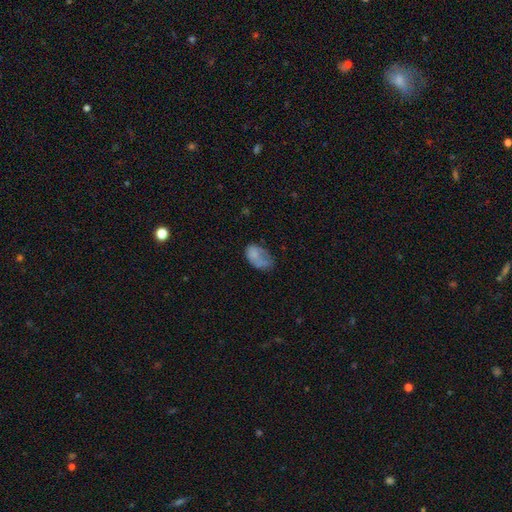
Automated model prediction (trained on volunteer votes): The model was most divided on "merging": none: 35%, minor disturbance: 32%, major disturbance: 27%, merger: 6%. More confident: how rounded — in between (89%); smooth or featured — smooth (70%).